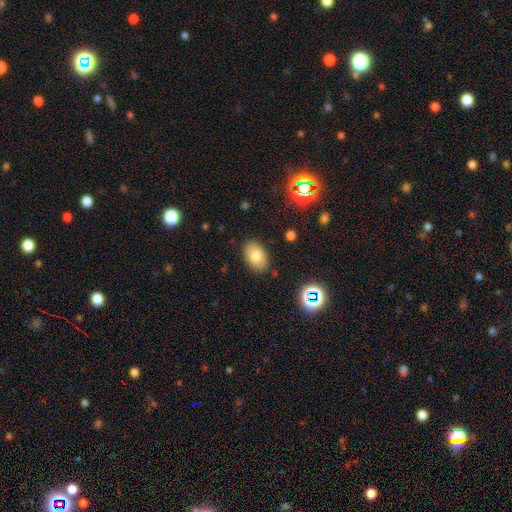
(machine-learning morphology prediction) Smooth or featured?
  - smooth: 77% *
  - featured or disk: 13%
  - star or artifact: 10%
How rounded?
  - in between: 85% *
  - round: 14%
  - cigar-shaped: 1%
Merging?
  - none: 86% *
  - minor disturbance: 10%
  - major disturbance: 3%
  - merger: 2%